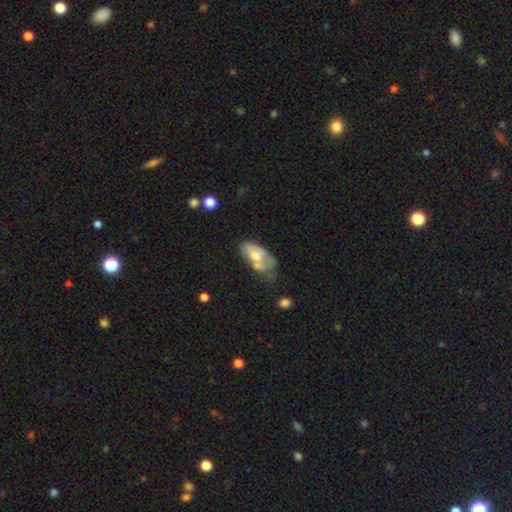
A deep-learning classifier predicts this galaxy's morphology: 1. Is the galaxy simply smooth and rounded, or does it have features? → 47% smooth, 45% featured or disk, 8% star or artifact.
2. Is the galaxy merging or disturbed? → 28% merger, 26% minor disturbance, 25% none, 21% major disturbance.